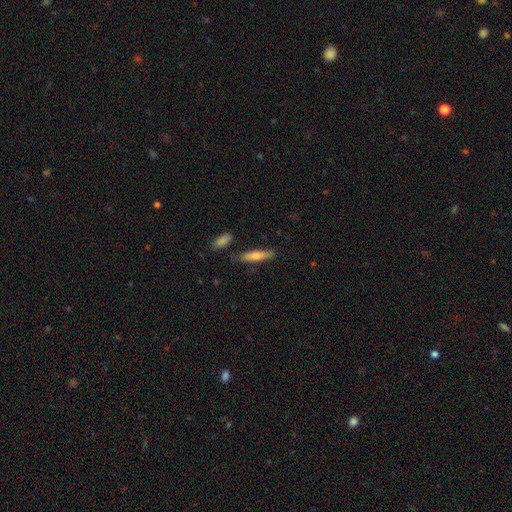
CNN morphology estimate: smooth-or-featured: smooth: 71% | featured or disk: 23% | star or artifact: 6%
  how-rounded: cigar-shaped: 80% | in between: 18% | round: 2%
  merging: none: 80% | minor disturbance: 13% | merger: 5% | major disturbance: 3%